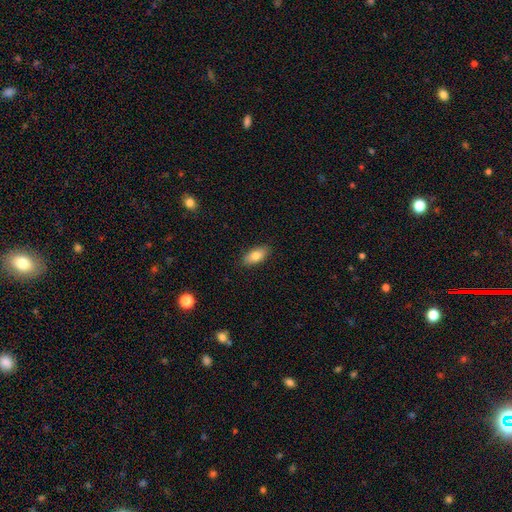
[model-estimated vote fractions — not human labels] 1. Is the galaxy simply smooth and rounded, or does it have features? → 80% smooth, 13% featured or disk, 7% star or artifact.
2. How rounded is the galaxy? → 89% in between, 8% cigar-shaped, 3% round.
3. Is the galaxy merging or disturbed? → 88% none, 9% minor disturbance, 2% major disturbance, 1% merger.